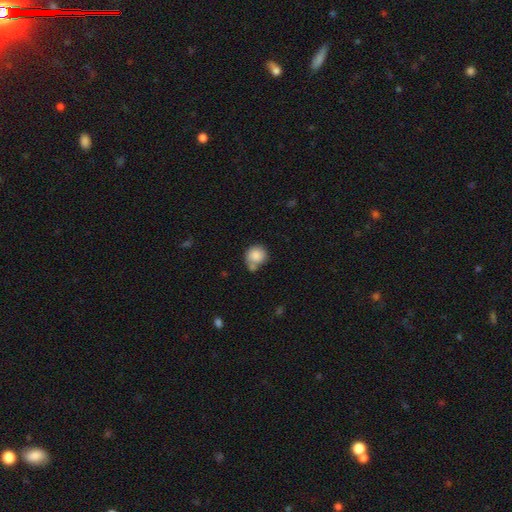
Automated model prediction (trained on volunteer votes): This is clearly a smooth galaxy (86%). How rounded: clearly round (86%). Merging: possibly none (51%).